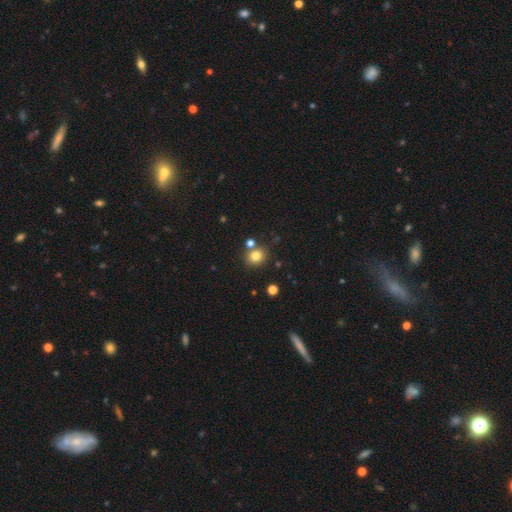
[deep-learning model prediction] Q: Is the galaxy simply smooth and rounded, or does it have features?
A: smooth — 80%.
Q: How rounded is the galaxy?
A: round — 76%.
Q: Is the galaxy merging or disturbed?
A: none — 74%.